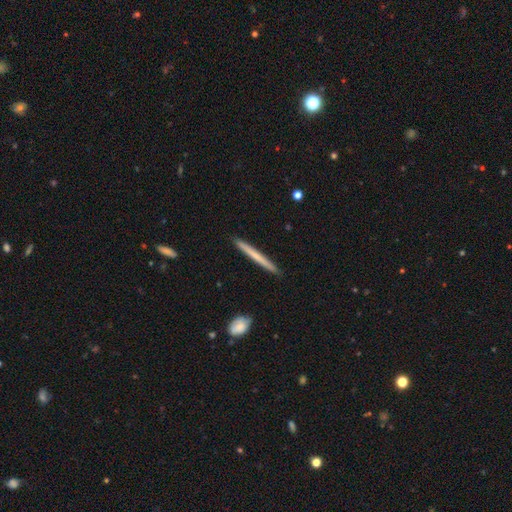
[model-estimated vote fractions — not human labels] This appears to be a smooth galaxy with no disk features (57%) that is cigar-shaped (97%). Merging: none (92%).